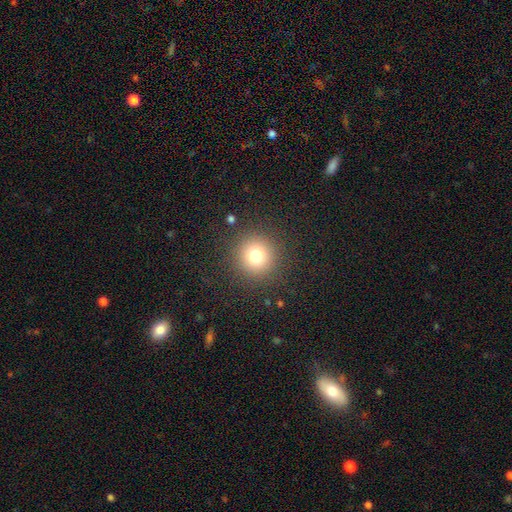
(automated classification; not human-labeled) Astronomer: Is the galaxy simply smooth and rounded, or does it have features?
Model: smooth — 77%.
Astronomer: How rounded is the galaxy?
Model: round — 94%.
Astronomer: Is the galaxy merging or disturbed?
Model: none — 89%.